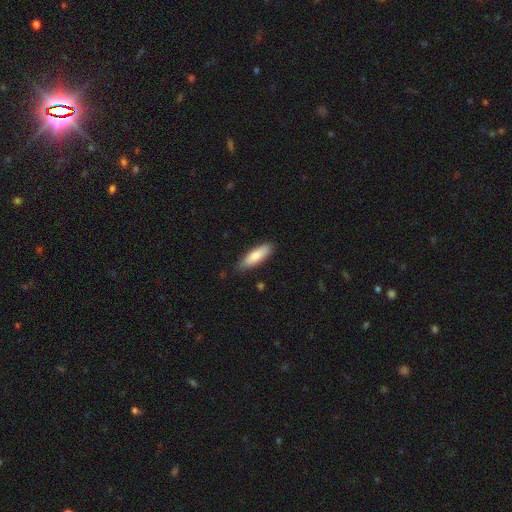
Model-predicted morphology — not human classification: A smooth galaxy with no disk features (81%) that is cigar-shaped (51%). Merging: none (83%).